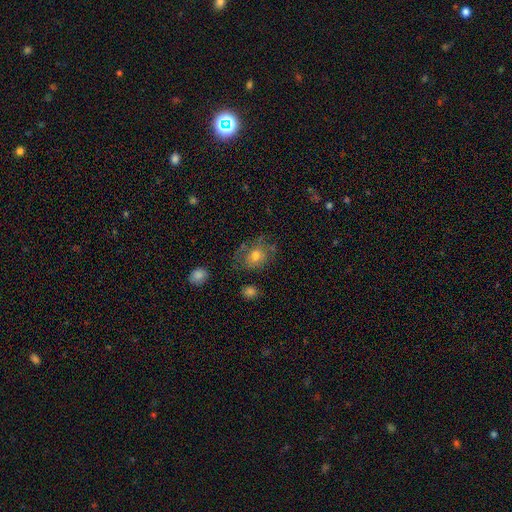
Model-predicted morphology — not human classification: Smooth or featured: smooth — 68% (featured or disk — 21%)
How rounded: round — 55% (in between — 44%)
Merging: none — 56% (minor disturbance — 25%)